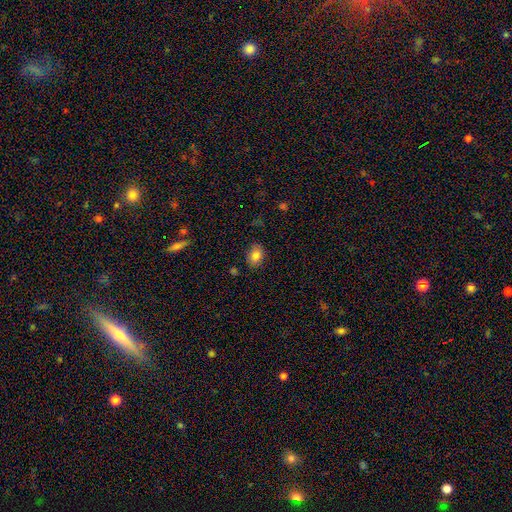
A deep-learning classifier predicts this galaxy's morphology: smooth-or-featured: smooth: 82% | star or artifact: 9% | featured or disk: 8%
  how-rounded: in between: 69% | round: 30% | cigar-shaped: 1%
  merging: none: 83% | minor disturbance: 12% | major disturbance: 3% | merger: 2%